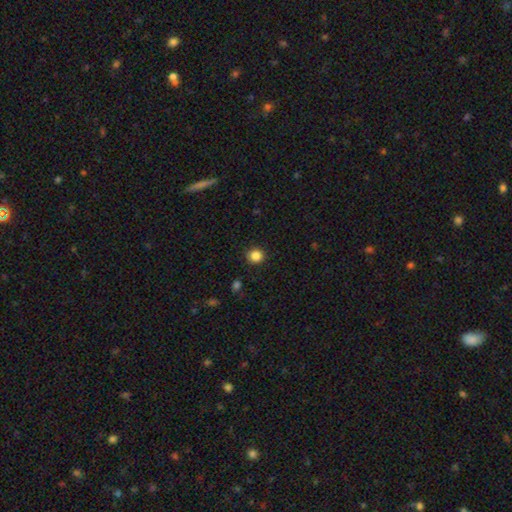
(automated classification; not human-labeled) Morphology: type=smooth (85%); roundness=round (89%); merging=none (91%).